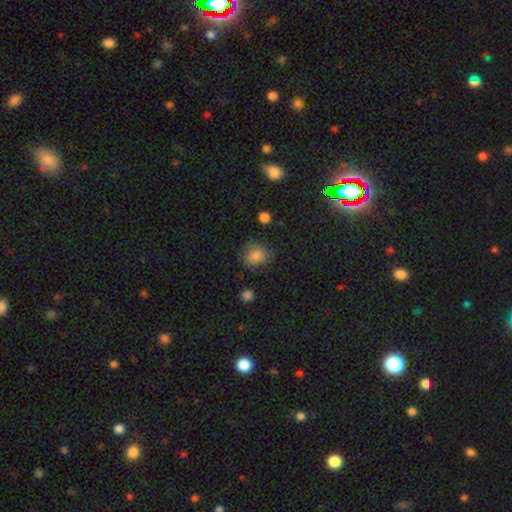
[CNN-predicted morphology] Smooth or featured? smooth (83%)
How rounded? round (78%)
Merging? none (77%)